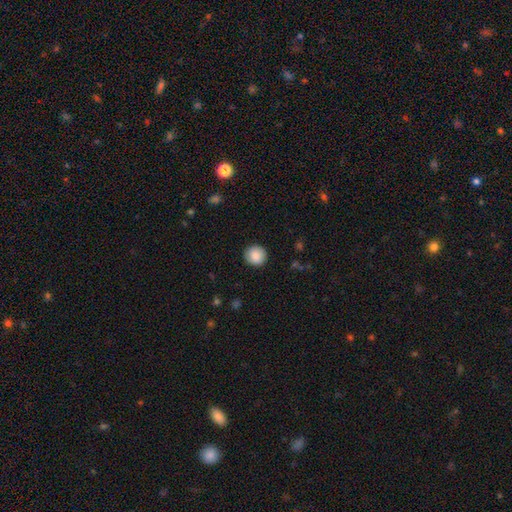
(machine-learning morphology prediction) Smooth or featured: smooth — 88% (star or artifact — 8%)
How rounded: round — 94% (in between — 6%)
Merging: none — 91% (minor disturbance — 6%)